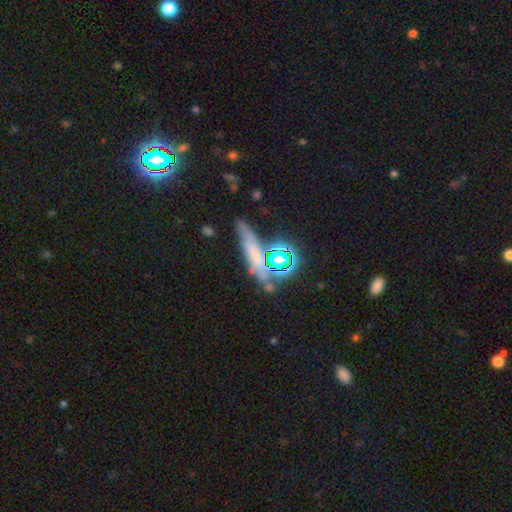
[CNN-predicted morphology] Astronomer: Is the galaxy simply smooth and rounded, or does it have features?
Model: smooth — 46% (runner-up: star or artifact, 31%).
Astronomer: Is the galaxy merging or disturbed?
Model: none — 65%.